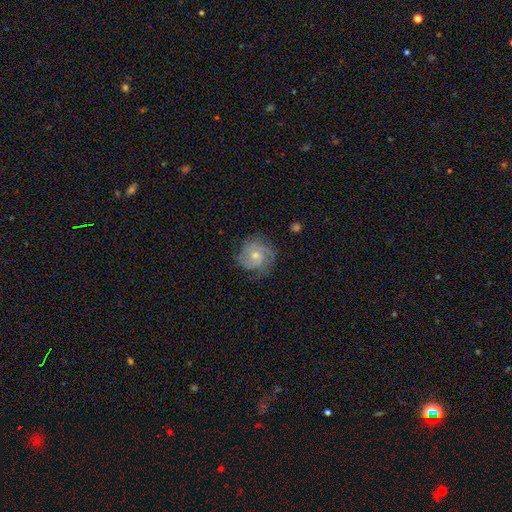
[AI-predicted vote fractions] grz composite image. It shows a featured or disk galaxy (78%) with no bar (71%), 3 (30%) tight (55%) spiral arms (94%) and a moderate central bulge (52%). Merging: none (73%).